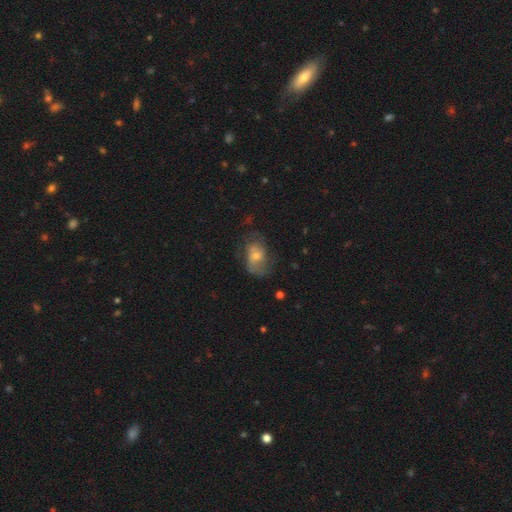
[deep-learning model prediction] This is possibly a smooth galaxy (47%). Merging: marginally none (43%).